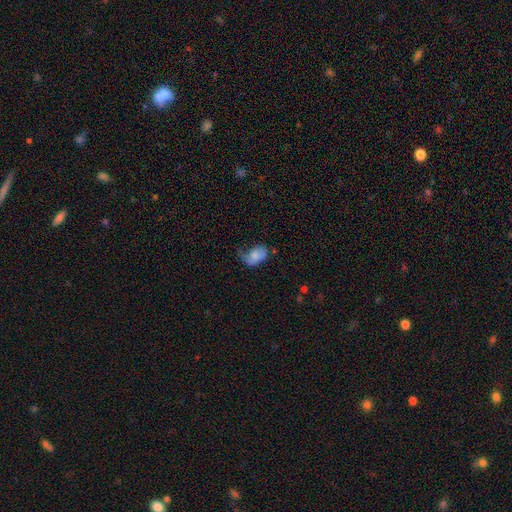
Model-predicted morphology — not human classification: The model was most divided on "merging": major disturbance: 36%, minor disturbance: 33%, none: 28%, merger: 3%. More confident: how rounded — in between (86%); smooth or featured — smooth (68%).